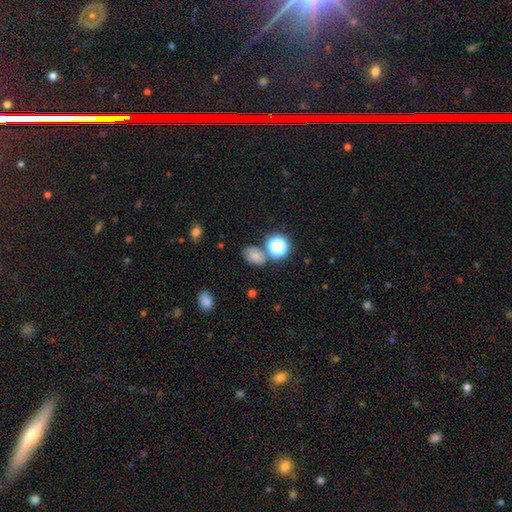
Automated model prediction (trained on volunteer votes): smooth-or-featured: smooth: 73% | star or artifact: 19% | featured or disk: 8%
  how-rounded: in between: 72% | round: 27% | cigar-shaped: 1%
  merging: none: 65% | minor disturbance: 15% | merger: 15% | major disturbance: 5%